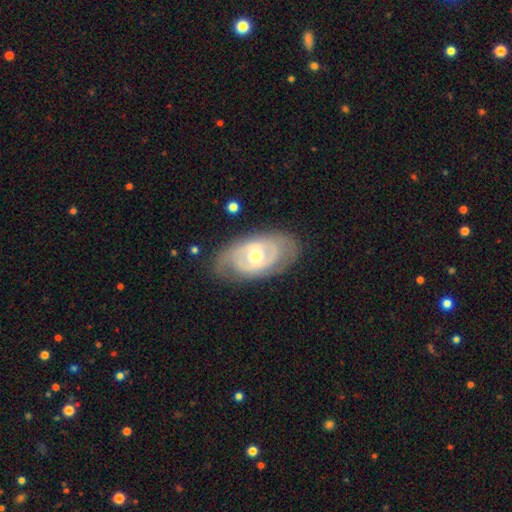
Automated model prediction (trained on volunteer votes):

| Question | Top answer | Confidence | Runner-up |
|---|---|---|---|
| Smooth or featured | featured or disk | 73% | smooth (23%) |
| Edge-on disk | no | 93% | yes (7%) |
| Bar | no | 61% | weak (29%) |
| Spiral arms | yes | 56% | no (44%) |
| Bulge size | moderate | 71% | small (21%) |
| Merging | none | 75% | minor disturbance (17%) |